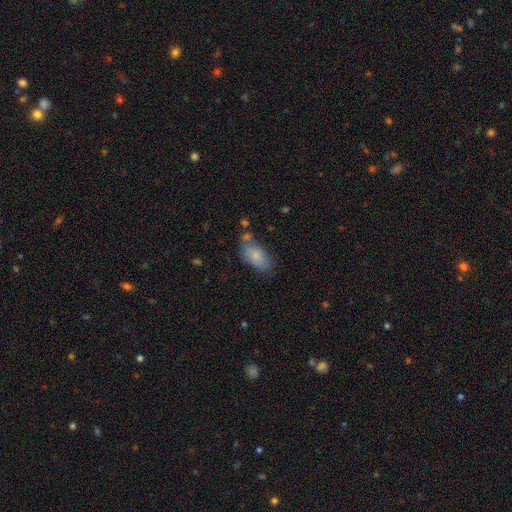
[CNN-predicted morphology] This is likely a smooth galaxy (79%). How rounded: clearly in between (92%). Merging: likely none (60%).